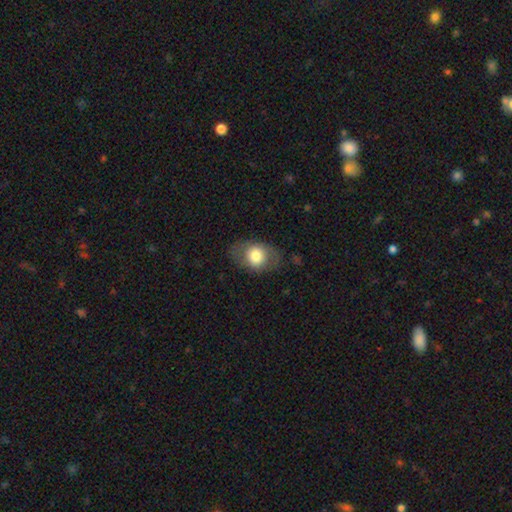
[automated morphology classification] Smooth or featured?
  - smooth: 71% *
  - featured or disk: 22%
  - star or artifact: 7%
How rounded?
  - in between: 69% *
  - round: 30%
  - cigar-shaped: 1%
Merging?
  - none: 75% *
  - minor disturbance: 15%
  - major disturbance: 8%
  - merger: 1%